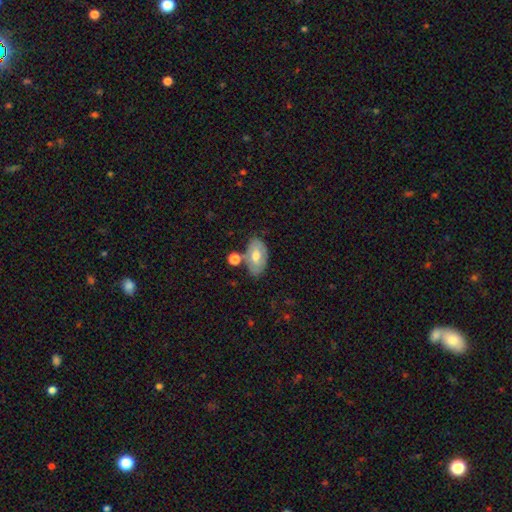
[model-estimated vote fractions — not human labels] Smooth or featured? Predicted: smooth (p=0.55). How rounded? Predicted: in between (p=0.91). Merging? Predicted: none (p=0.57).